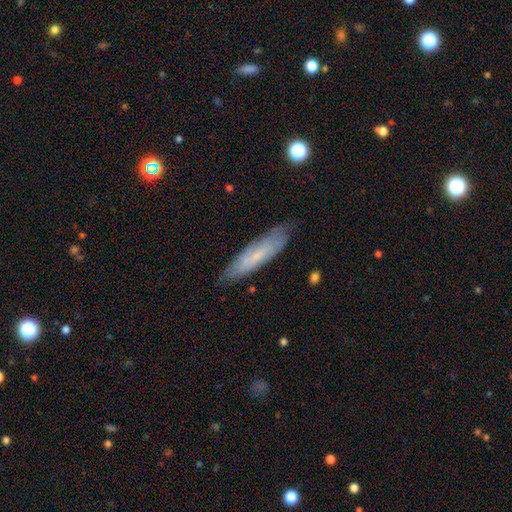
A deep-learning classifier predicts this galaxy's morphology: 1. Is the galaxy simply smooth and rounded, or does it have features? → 52% smooth, 41% featured or disk, 7% star or artifact.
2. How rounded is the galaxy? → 73% cigar-shaped, 25% in between, 1% round.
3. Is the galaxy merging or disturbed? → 81% none, 15% minor disturbance, 3% major disturbance, 1% merger.